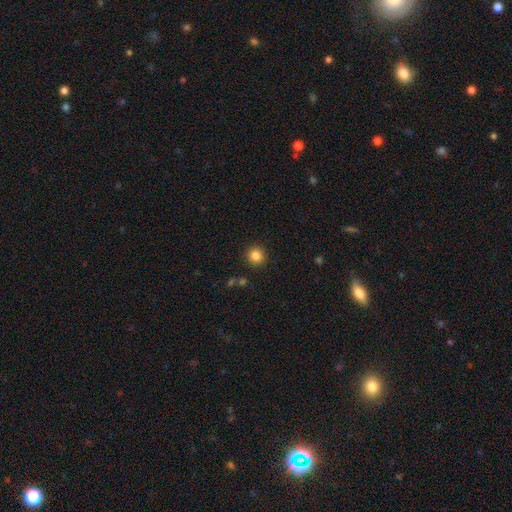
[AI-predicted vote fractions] This appears to be a smooth galaxy with no disk features (85%) that is round (94%). Merging: none (91%).